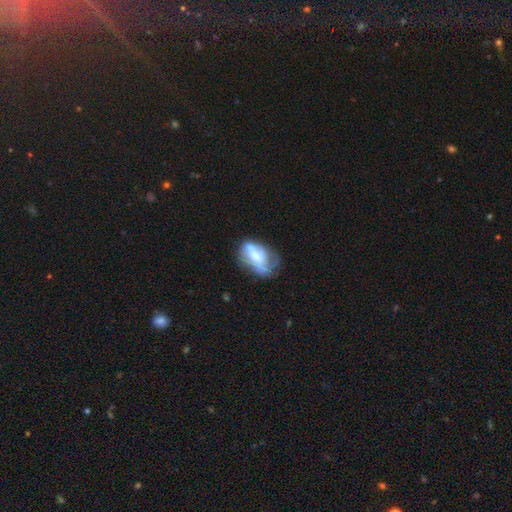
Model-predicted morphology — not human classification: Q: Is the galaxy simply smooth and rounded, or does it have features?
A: featured or disk — 46%.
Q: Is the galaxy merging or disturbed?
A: none — 30%.